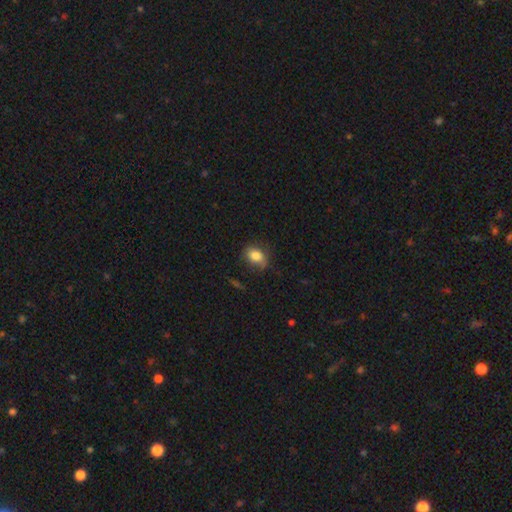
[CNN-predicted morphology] Smooth or featured? Predicted: smooth (p=0.83). How rounded? Predicted: in between (p=0.65). Merging? Predicted: none (p=0.67).